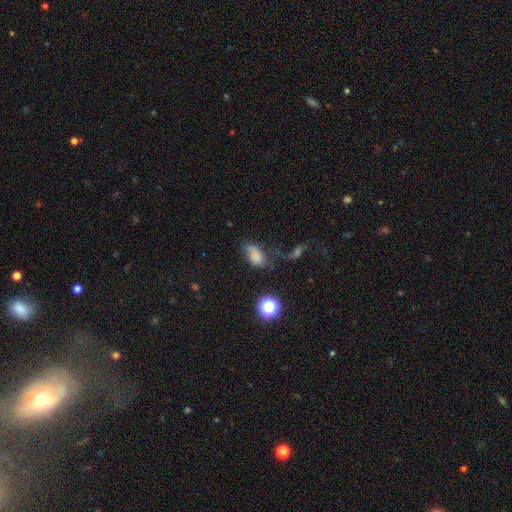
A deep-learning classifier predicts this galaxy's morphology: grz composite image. It shows a smooth galaxy with no disk features (65%) that is in between round and cigar-shaped (84%). Merging: major disturbance (32%).